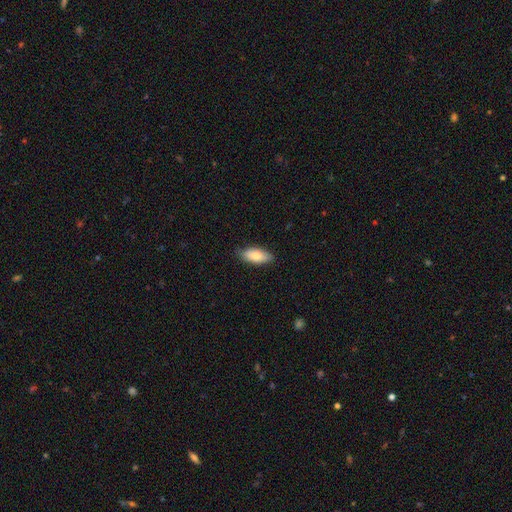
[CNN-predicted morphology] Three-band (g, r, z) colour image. It shows a smooth galaxy with no disk features (81%) that is in between round and cigar-shaped (82%). Merging: none (80%).